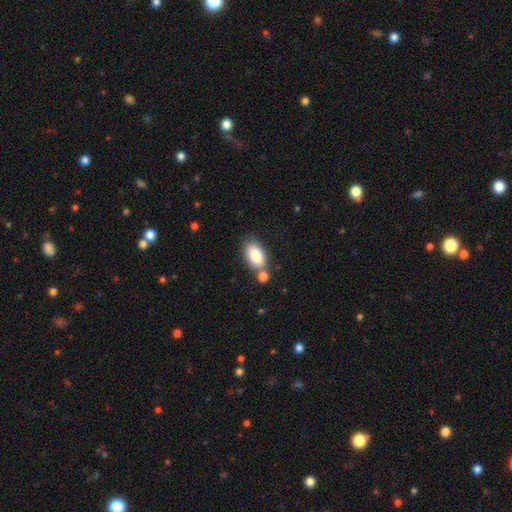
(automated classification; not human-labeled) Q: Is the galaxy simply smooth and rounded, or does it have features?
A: smooth — 85%.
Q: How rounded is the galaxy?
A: in between — 93%.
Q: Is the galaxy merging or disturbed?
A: none — 59%.